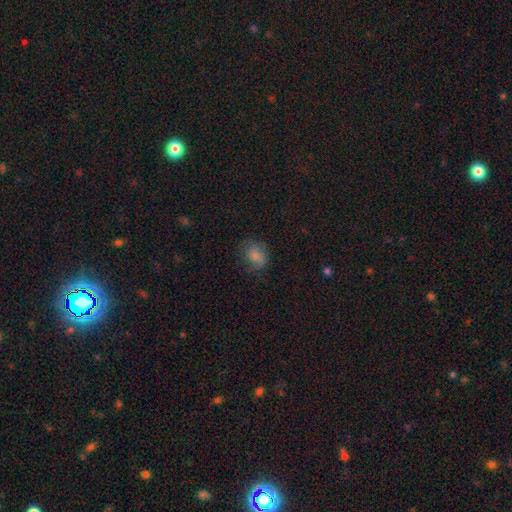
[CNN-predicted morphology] Q: Smooth or featured?
A: smooth (78%); runner-up: featured or disk (12%)
Q: How rounded?
A: in between (54%); runner-up: round (44%)
Q: Merging?
A: none (64%); runner-up: minor disturbance (24%)